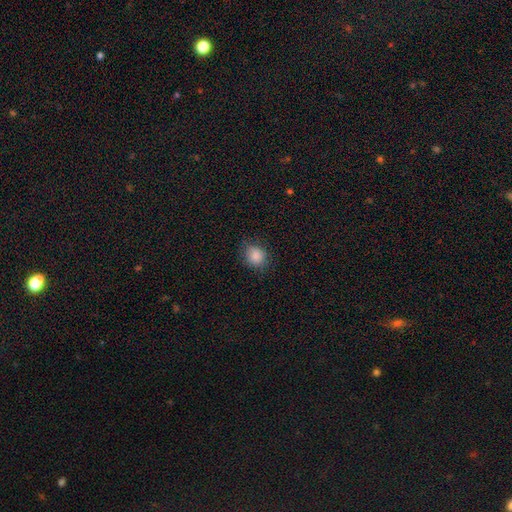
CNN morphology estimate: A smooth galaxy with no disk features (87%) that is round (73%).

Vote fractions:
- Smooth or featured? smooth: 87% / star or artifact: 9% / featured or disk: 4%
- How rounded? round: 73% / in between: 26% / cigar-shaped: 1%
- Merging? none: 82% / minor disturbance: 13% / major disturbance: 4% / merger: 1%